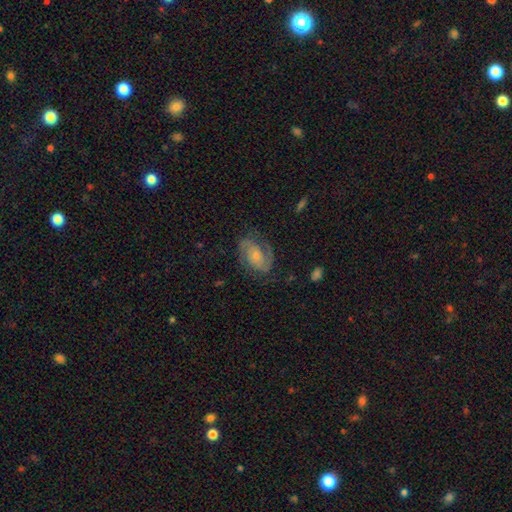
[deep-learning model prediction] smooth-or-featured: featured or disk: 79% | smooth: 13% | star or artifact: 8%
  disk-edge-on: no: 97% | yes: 3%
    bar: no: 62% | weak: 31% | strong: 7%
    has-spiral-arms: yes: 95% | no: 5%
      spiral-winding: medium: 45% | tight: 40% | loose: 15%
      spiral-arm-count: 2: 81% | can't tell: 8% | 3: 4% | 1: 4% | 4: 2% | more than 4: 1%
    bulge-size: small: 58% | moderate: 32% | none: 6% | large: 3% | dominant: 1%
  merging: none: 74% | minor disturbance: 17% | major disturbance: 8% | merger: 1%